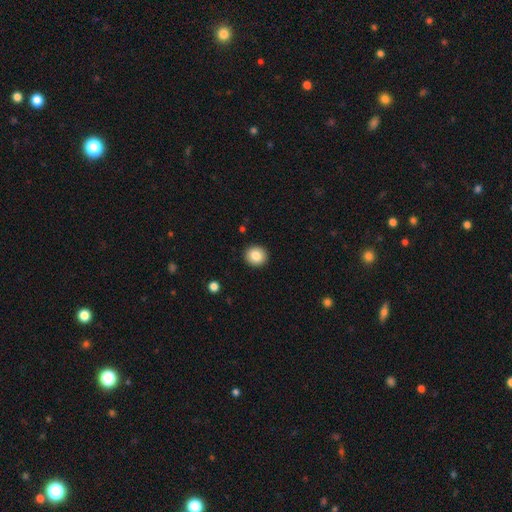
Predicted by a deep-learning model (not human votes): Smooth or featured: smooth — 85% (star or artifact — 9%)
How rounded: round — 89% (in between — 10%)
Merging: none — 93% (minor disturbance — 5%)